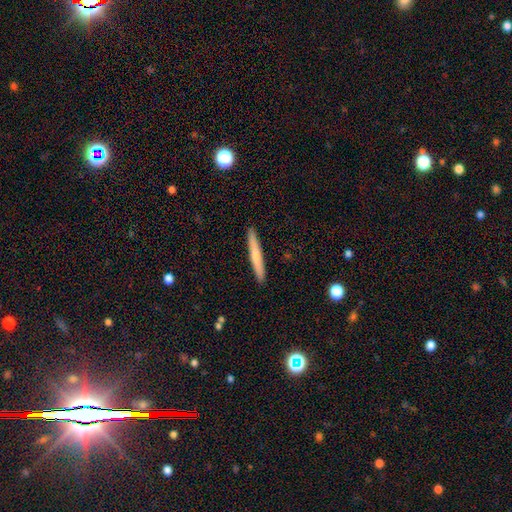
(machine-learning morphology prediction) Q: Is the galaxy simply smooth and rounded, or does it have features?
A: smooth — 65%.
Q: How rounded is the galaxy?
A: cigar-shaped — 96%.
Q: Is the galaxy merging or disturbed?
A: none — 92%.